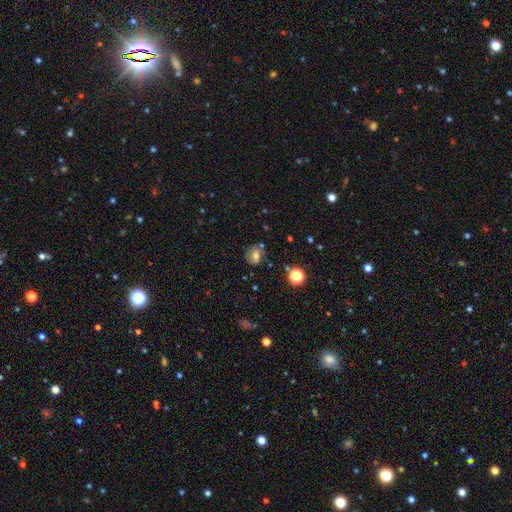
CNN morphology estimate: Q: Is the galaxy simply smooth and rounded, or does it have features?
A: smooth — 58%.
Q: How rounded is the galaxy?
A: round — 66%.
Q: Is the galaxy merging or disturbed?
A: none — 71%.